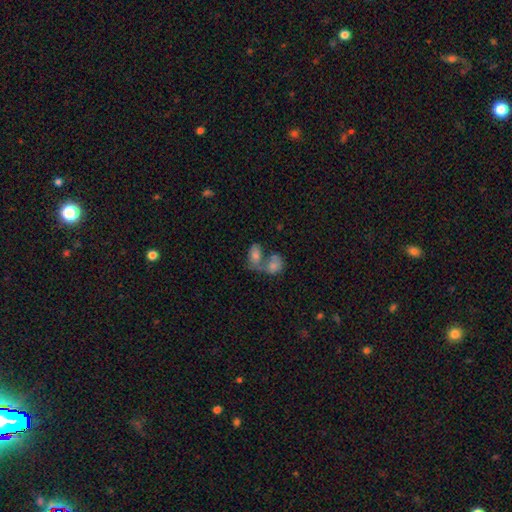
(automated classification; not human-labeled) This is likely a smooth galaxy (68%). How rounded: likely in between (80%). Merging: likely merger (62%).